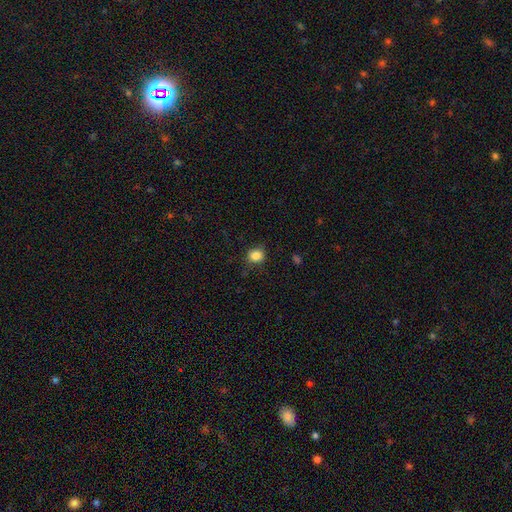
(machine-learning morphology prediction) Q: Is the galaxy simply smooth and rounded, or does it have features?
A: smooth — 86%.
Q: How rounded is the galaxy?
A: round — 73%.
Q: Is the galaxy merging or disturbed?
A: none — 79%.